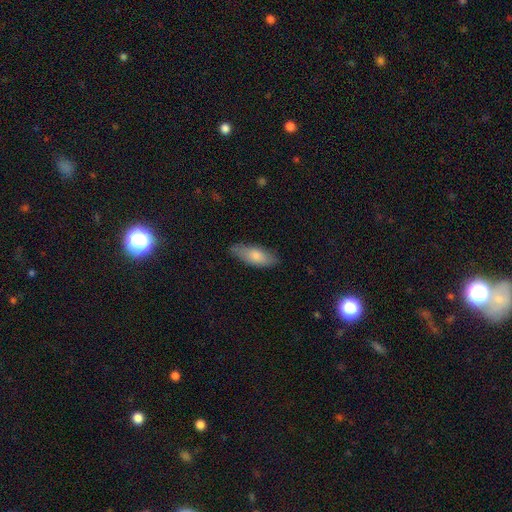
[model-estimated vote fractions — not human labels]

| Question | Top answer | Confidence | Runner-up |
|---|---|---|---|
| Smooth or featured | smooth | 78% | featured or disk (17%) |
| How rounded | in between | 73% | cigar-shaped (25%) |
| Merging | none | 75% | minor disturbance (20%) |